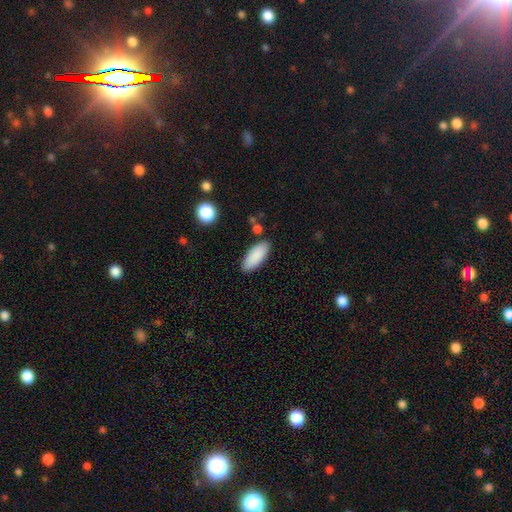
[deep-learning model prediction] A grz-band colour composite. It shows a smooth galaxy with no disk features (89%) that is in between round and cigar-shaped (80%). Merging: none (86%).